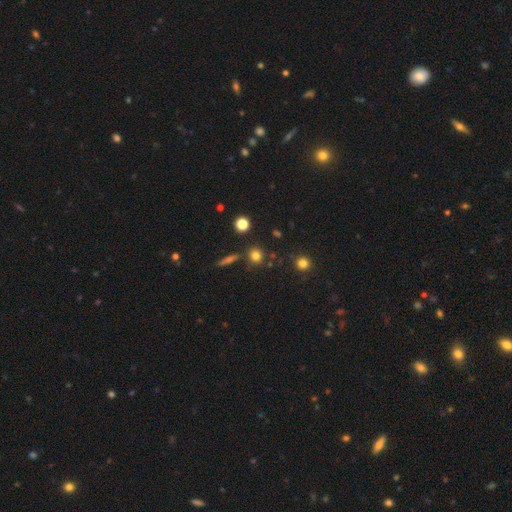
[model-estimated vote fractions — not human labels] Smooth or featured? smooth (77%)
How rounded? round (87%)
Merging? none (80%)